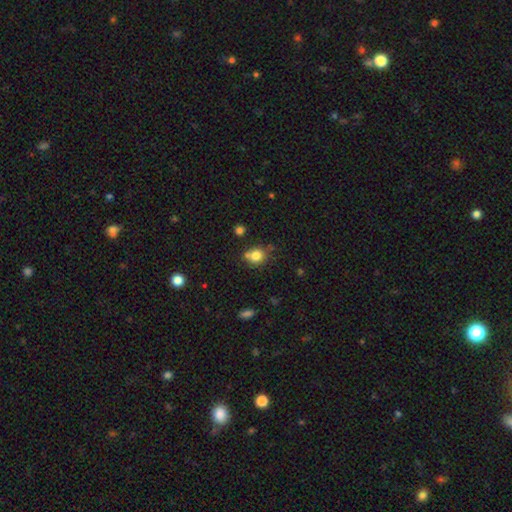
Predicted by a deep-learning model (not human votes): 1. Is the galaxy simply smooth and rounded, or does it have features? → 80% smooth, 12% star or artifact, 8% featured or disk.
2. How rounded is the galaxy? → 75% round, 24% in between, 1% cigar-shaped.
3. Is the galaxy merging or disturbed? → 64% none, 16% merger, 16% minor disturbance, 4% major disturbance.